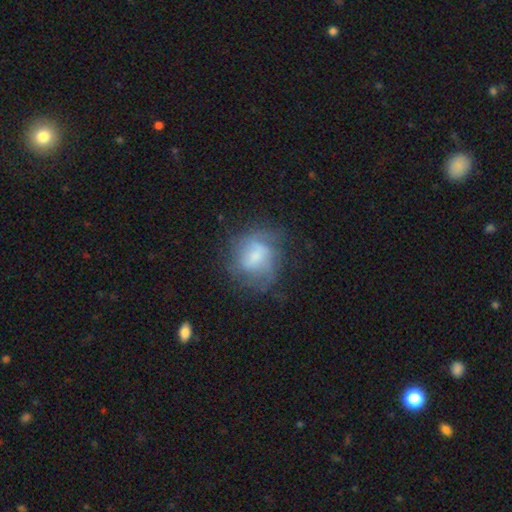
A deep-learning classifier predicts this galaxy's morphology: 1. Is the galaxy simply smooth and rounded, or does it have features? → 45% smooth (tied), 45% featured or disk (tied), 10% star or artifact.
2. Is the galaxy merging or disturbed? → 52% none, 25% minor disturbance, 21% major disturbance, 2% merger.